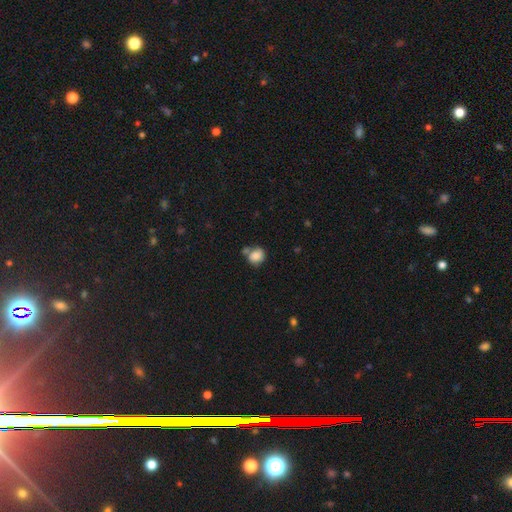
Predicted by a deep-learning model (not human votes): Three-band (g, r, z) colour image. It shows a smooth galaxy with no disk features (83%) that is round (68%). Merging: none (47%).